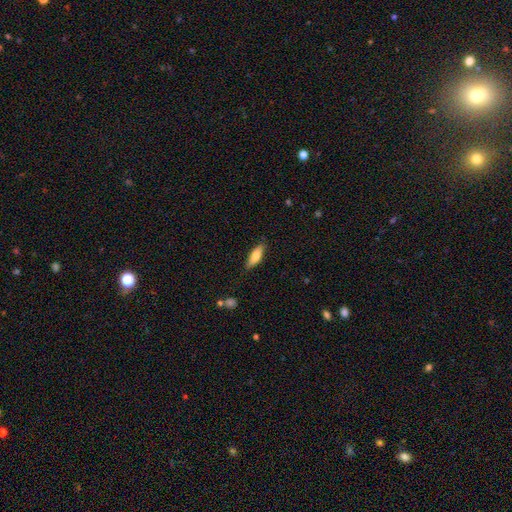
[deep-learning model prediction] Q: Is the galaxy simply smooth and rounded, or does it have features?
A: smooth — 71%.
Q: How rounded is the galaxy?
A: in between — 58%.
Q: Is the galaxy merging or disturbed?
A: none — 82%.